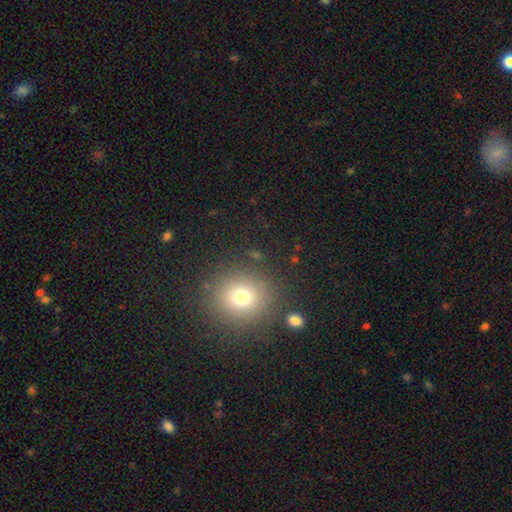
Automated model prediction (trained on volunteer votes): A smooth galaxy with no disk features (70%) that is round (86%). Merging: none (86%).